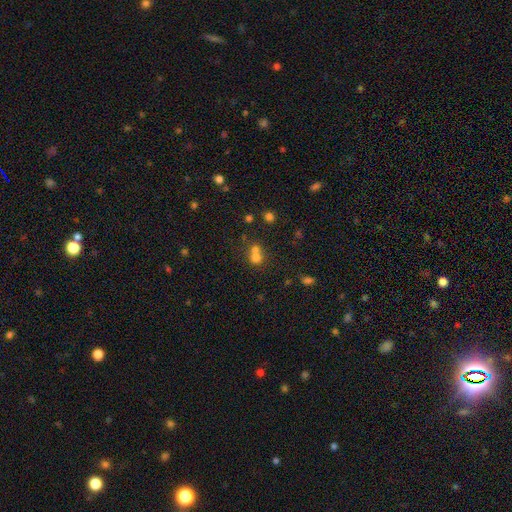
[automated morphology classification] A smooth galaxy with no disk features (69%) that is round (81%).

Vote fractions:
- Smooth or featured? smooth: 69% / star or artifact: 17% / featured or disk: 14%
- How rounded? round: 81% / in between: 18% / cigar-shaped: 1%
- Merging? merger: 56% / none: 35% / minor disturbance: 6% / major disturbance: 3%